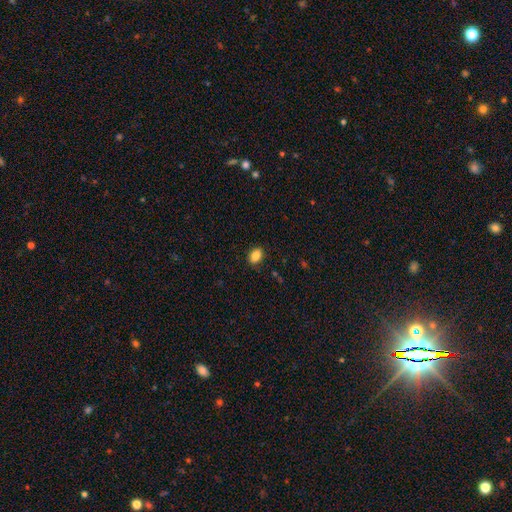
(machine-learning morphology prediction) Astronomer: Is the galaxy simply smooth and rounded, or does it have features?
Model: smooth — 87%.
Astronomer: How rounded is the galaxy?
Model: in between — 82%.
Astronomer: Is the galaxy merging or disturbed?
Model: none — 86%.